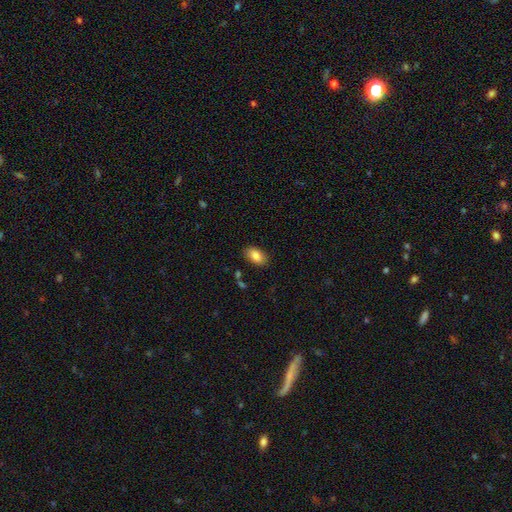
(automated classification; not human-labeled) Smooth or featured?
  - smooth: 84% *
  - featured or disk: 8%
  - star or artifact: 7%
How rounded?
  - in between: 92% *
  - round: 7%
  - cigar-shaped: 2%
Merging?
  - none: 85% *
  - minor disturbance: 10%
  - major disturbance: 2%
  - merger: 2%